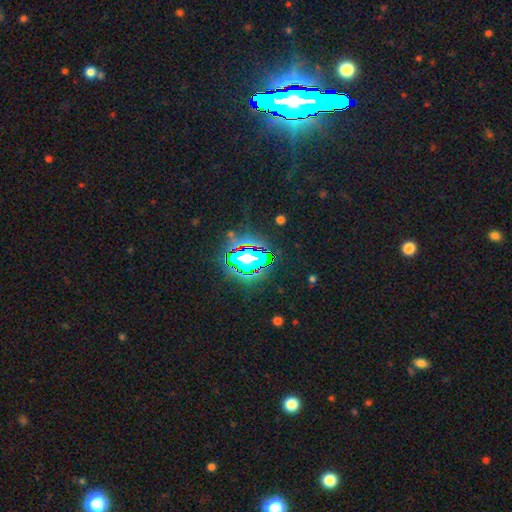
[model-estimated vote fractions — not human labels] star or artifact 84%, smooth 8%, featured or disk 8%.